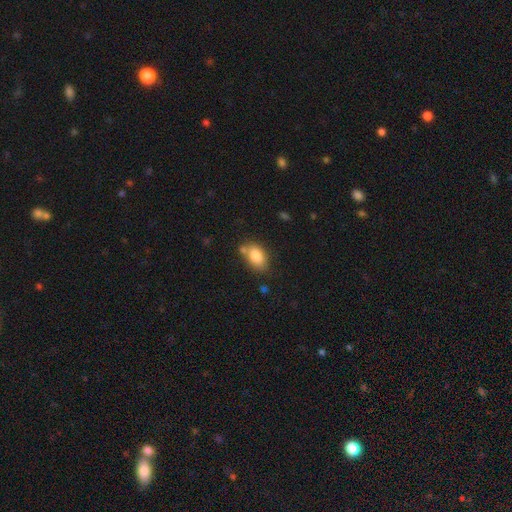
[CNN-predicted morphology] A smooth galaxy with no disk features (83%) that is in between round and cigar-shaped (86%).

Vote fractions:
- Smooth or featured? smooth: 83% / featured or disk: 9% / star or artifact: 8%
- How rounded? in between: 86% / round: 12% / cigar-shaped: 2%
- Merging? none: 63% / minor disturbance: 19% / merger: 13% / major disturbance: 5%